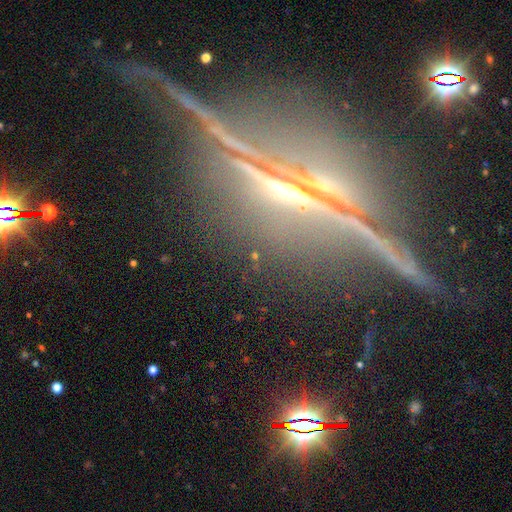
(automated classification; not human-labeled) star or artifact 56%, featured or disk 26%, smooth 18%.